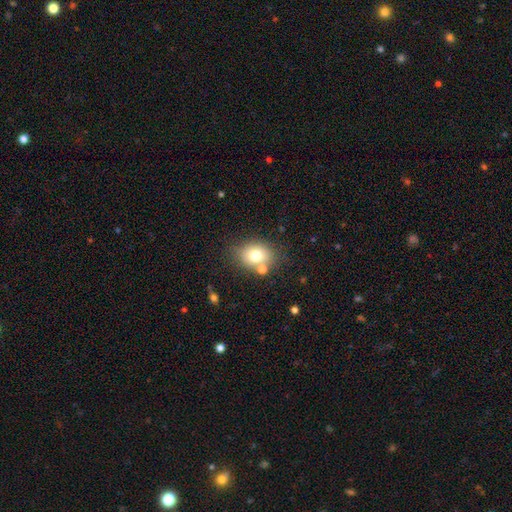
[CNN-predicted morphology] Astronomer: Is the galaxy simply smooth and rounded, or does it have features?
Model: smooth — 73%.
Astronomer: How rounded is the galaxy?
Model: in between — 50% (runner-up: round, 49%).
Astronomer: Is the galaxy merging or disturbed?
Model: none — 68%.